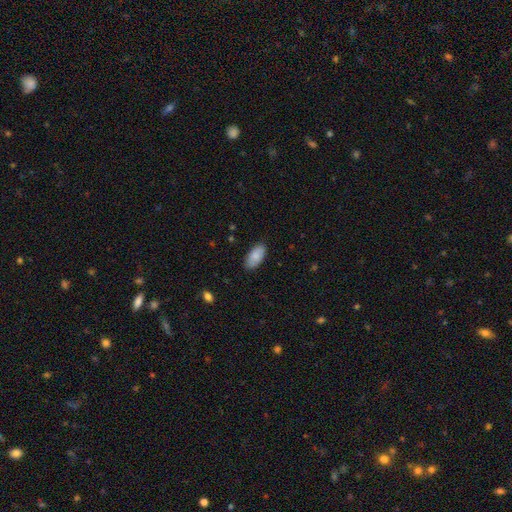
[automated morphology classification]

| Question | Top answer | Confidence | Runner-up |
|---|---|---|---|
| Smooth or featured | smooth | 86% | featured or disk (8%) |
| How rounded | in between | 93% | cigar-shaped (5%) |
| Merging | none | 84% | minor disturbance (12%) |